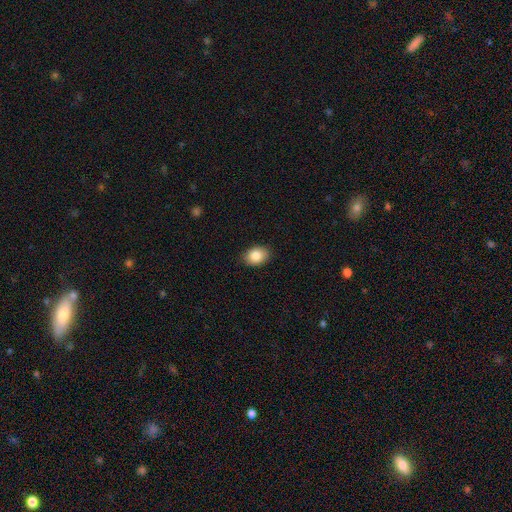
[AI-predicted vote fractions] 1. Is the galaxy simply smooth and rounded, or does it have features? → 86% smooth, 8% star or artifact, 7% featured or disk.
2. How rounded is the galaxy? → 74% in between, 25% round, 1% cigar-shaped.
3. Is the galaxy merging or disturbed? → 88% none, 9% minor disturbance, 2% major disturbance, 1% merger.